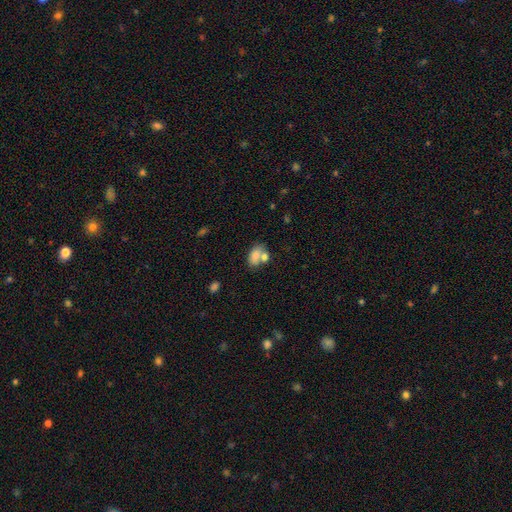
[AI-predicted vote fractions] smooth-or-featured: smooth: 76% | featured or disk: 15% | star or artifact: 9%
  how-rounded: in between: 83% | round: 15% | cigar-shaped: 2%
  merging: merger: 42% | none: 39% | minor disturbance: 14% | major disturbance: 6%